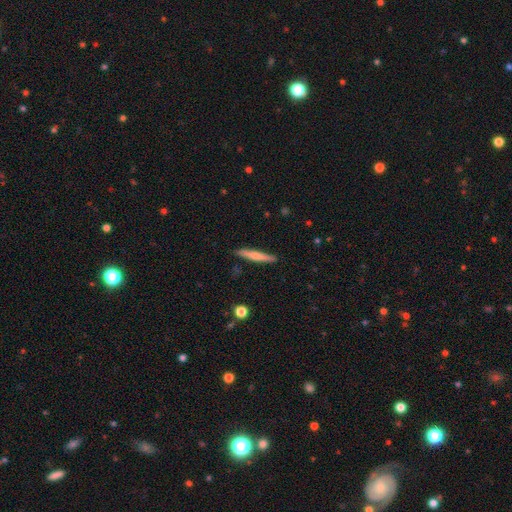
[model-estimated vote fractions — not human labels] The model was most divided on "smooth or featured": smooth: 58%, featured or disk: 36%, star or artifact: 6%. More confident: how rounded — cigar-shaped (94%); merging — none (89%).